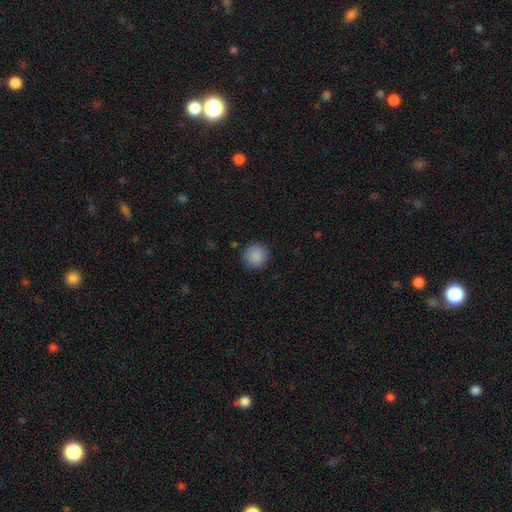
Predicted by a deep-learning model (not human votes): This appears to be a smooth galaxy with no disk features (89%) that is round (92%). Merging: none (89%).